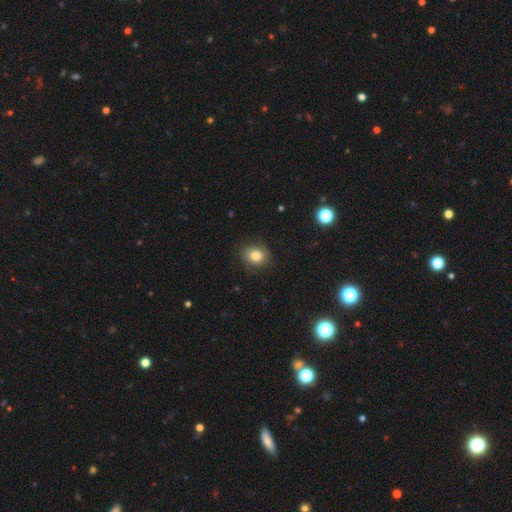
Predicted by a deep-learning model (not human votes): smooth 83%, star or artifact 10%, featured or disk 7%. Down the decision tree: how rounded — round (68%); merging — none (84%).